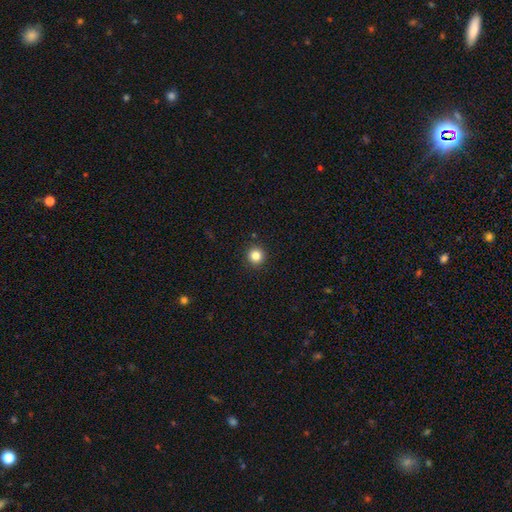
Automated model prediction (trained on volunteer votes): Smooth or featured?
  - smooth: 83% *
  - star or artifact: 12%
  - featured or disk: 5%
How rounded?
  - round: 95% *
  - in between: 4%
  - cigar-shaped: 1%
Merging?
  - none: 92% *
  - minor disturbance: 5%
  - major disturbance: 2%
  - merger: 1%